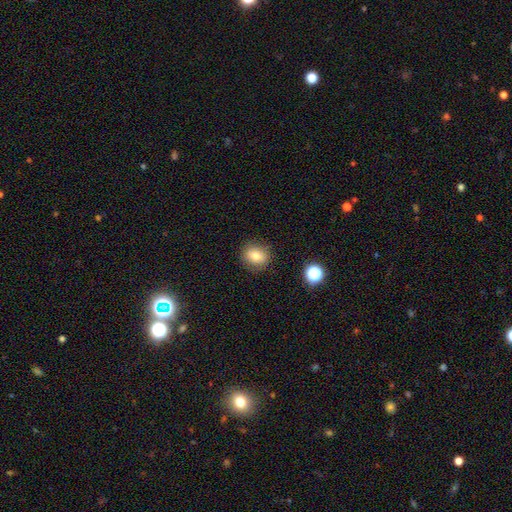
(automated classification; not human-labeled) Overall: smooth (78%). How rounded: round (73%). Merging: none (85%).